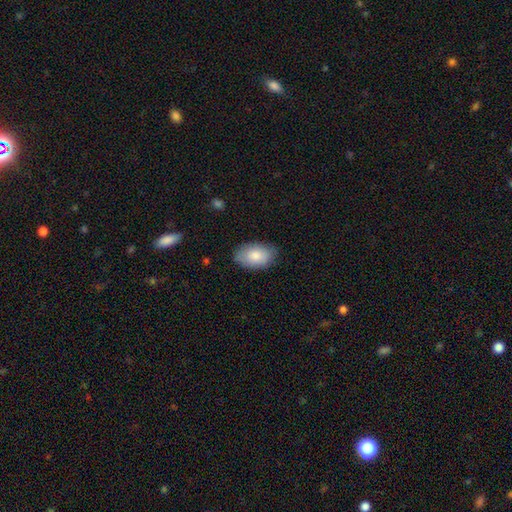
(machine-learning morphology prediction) Smooth or featured? Predicted: smooth (p=0.81). How rounded? Predicted: in between (p=0.92). Merging? Predicted: none (p=0.79).